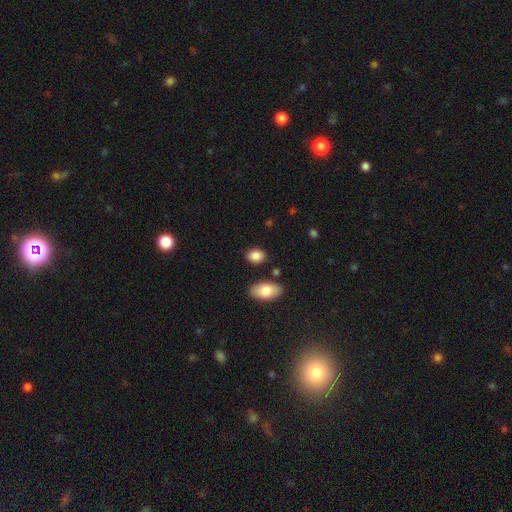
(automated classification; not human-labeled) smooth-or-featured: smooth: 87% | star or artifact: 8% | featured or disk: 5%
  how-rounded: in between: 76% | round: 22% | cigar-shaped: 2%
  merging: none: 82% | minor disturbance: 11% | merger: 4% | major disturbance: 3%